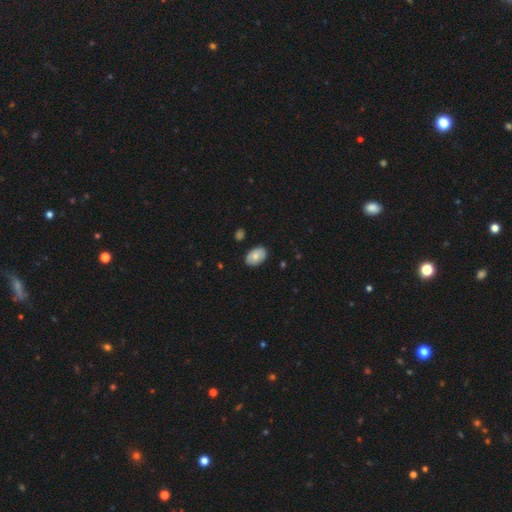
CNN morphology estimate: smooth-or-featured: smooth: 75% | featured or disk: 19% | star or artifact: 7%
  how-rounded: in between: 90% | round: 9% | cigar-shaped: 1%
  merging: none: 84% | minor disturbance: 12% | major disturbance: 2% | merger: 2%